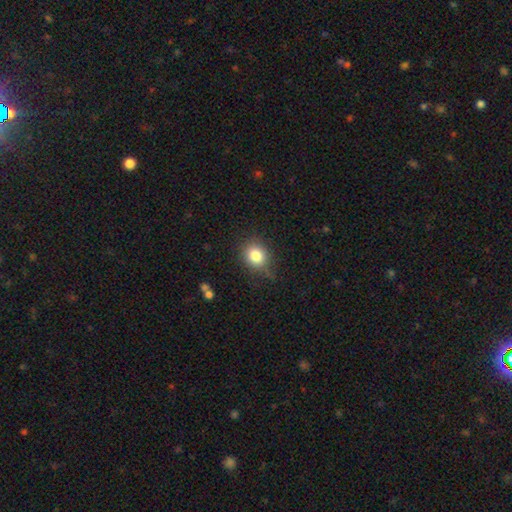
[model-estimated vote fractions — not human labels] Smooth or featured? smooth (82%)
How rounded? round (70%)
Merging? none (76%)